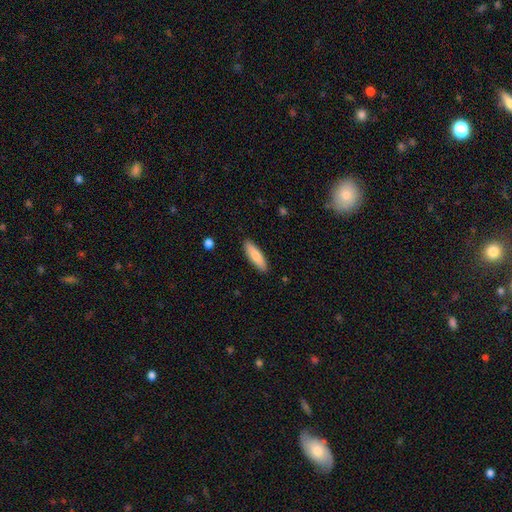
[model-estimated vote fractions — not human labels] This appears to be a smooth galaxy with no disk features (80%) that is cigar-shaped (56%). Merging: none (89%).